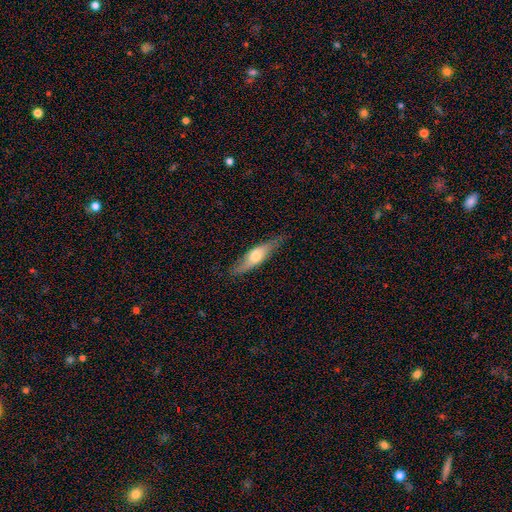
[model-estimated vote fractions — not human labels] Smooth or featured? featured or disk (47%, tied with smooth)
Merging? none (76%)